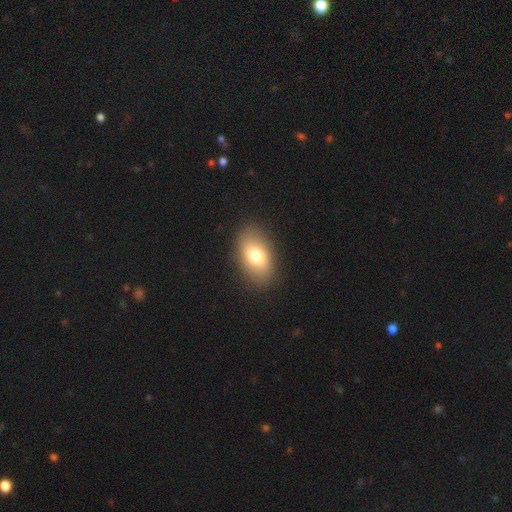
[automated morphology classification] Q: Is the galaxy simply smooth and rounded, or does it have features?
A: smooth — 73%.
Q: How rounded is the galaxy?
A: in between — 89%.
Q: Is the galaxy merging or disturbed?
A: none — 86%.